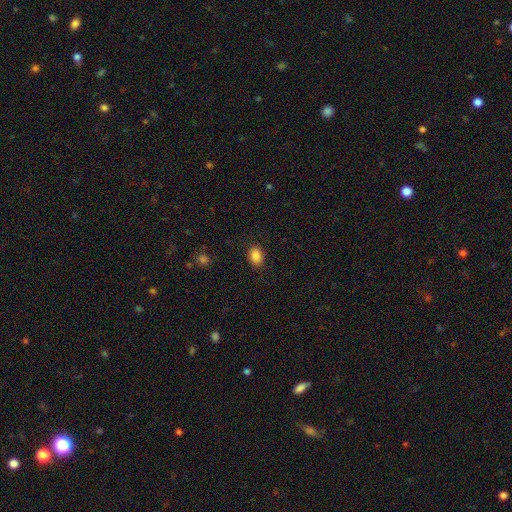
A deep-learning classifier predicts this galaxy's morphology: smooth_or_featured: smooth (p=0.87) [alt: star or artifact p=0.09]
how_rounded: in between (p=0.68) [alt: round p=0.30]
merging: none (p=0.88) [alt: minor disturbance p=0.09]